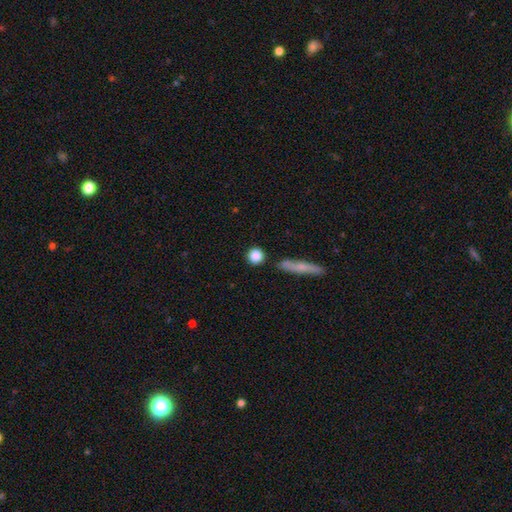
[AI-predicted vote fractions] smooth_or_featured: smooth (p=0.85) [alt: star or artifact p=0.08]
how_rounded: round (p=0.88) [alt: in between p=0.09]
merging: none (p=0.83) [alt: minor disturbance p=0.08]